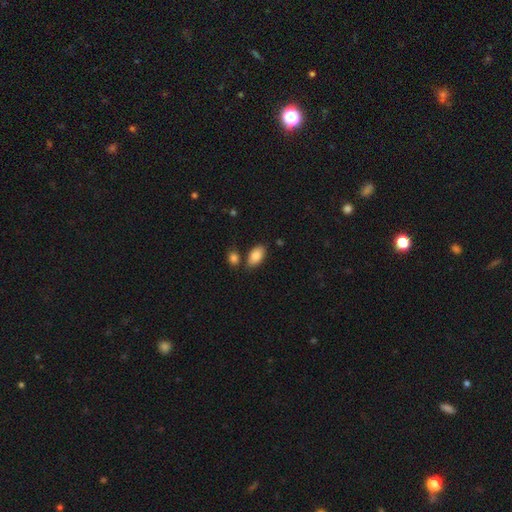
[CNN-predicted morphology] smooth_or_featured: smooth (p=0.85) [alt: featured or disk p=0.08]
how_rounded: in between (p=0.93) [alt: round p=0.04]
merging: none (p=0.75) [alt: minor disturbance p=0.12]